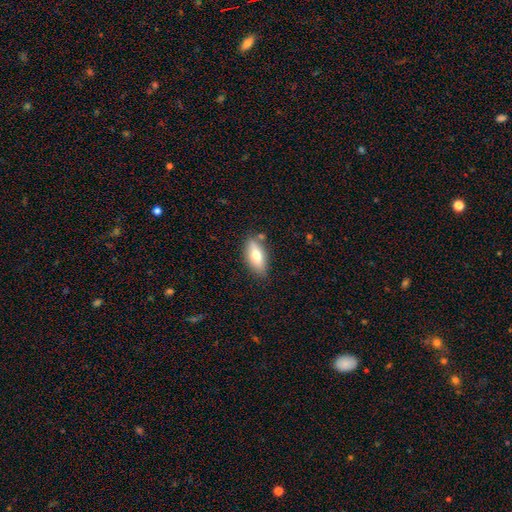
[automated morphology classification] Smooth or featured?
  - smooth: 68% *
  - featured or disk: 25%
  - star or artifact: 7%
How rounded?
  - in between: 80% *
  - cigar-shaped: 17%
  - round: 3%
Merging?
  - none: 79% *
  - minor disturbance: 14%
  - merger: 4%
  - major disturbance: 3%